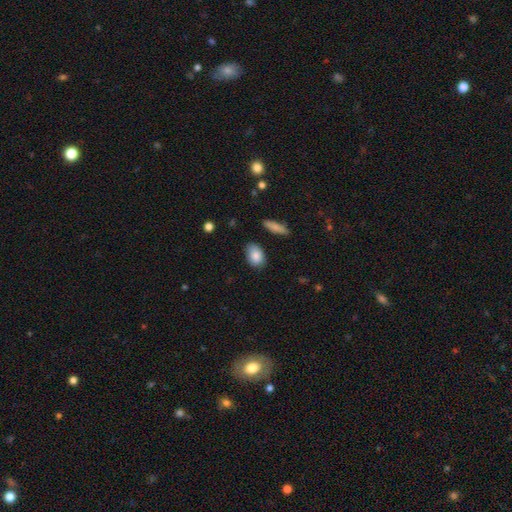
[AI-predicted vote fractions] The model was most divided on "merging": none: 80%, minor disturbance: 15%, major disturbance: 3%, merger: 2%. More confident: smooth or featured — smooth (86%); how rounded — in between (85%).